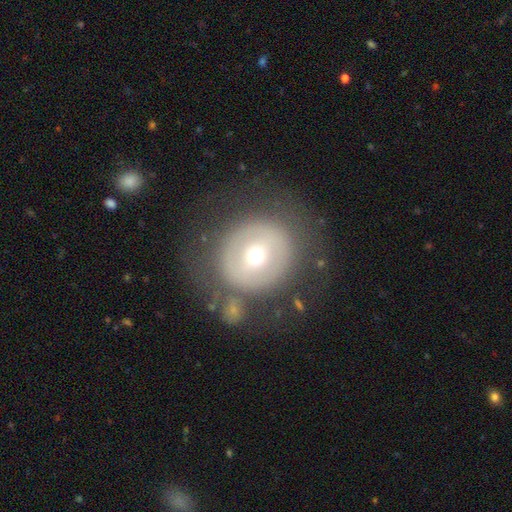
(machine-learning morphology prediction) smooth-or-featured: smooth: 47% | featured or disk: 44% | star or artifact: 9%
  merging: none: 74% | minor disturbance: 12% | major disturbance: 9% | merger: 5%